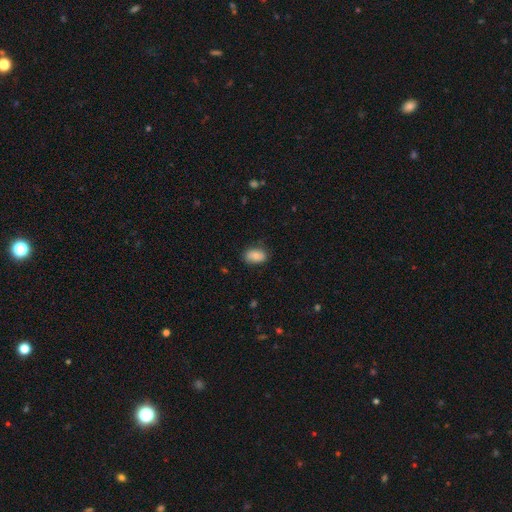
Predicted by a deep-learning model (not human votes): Overall: smooth (84%). How rounded: in between (88%). Merging: none (79%).